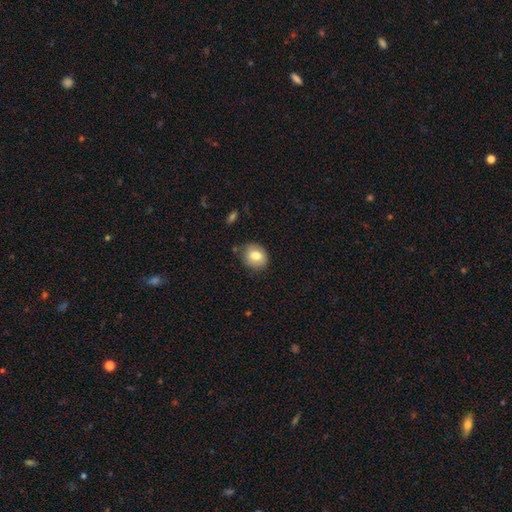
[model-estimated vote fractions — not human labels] Smooth or featured: smooth — 79% (featured or disk — 12%)
How rounded: round — 67% (in between — 32%)
Merging: none — 80% (minor disturbance — 14%)